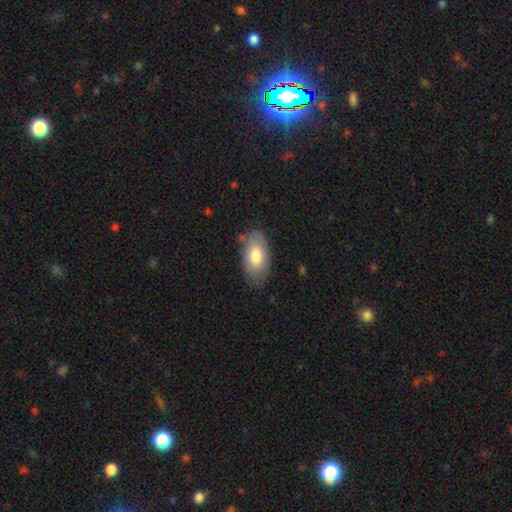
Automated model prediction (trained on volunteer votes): Smooth or featured? Predicted: smooth (p=0.79). How rounded? Predicted: in between (p=0.94). Merging? Predicted: none (p=0.78).